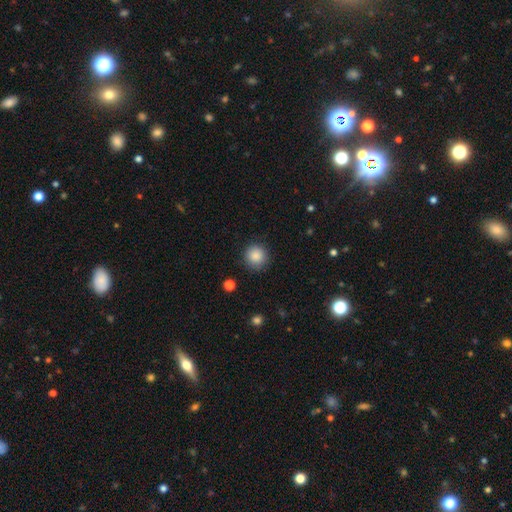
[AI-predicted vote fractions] Smooth or featured? smooth (87%)
How rounded? round (94%)
Merging? none (89%)